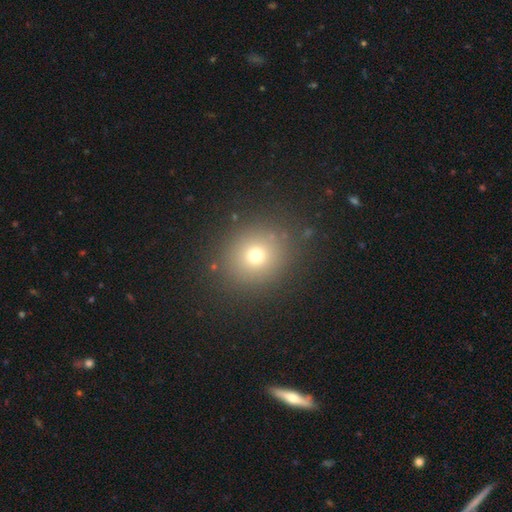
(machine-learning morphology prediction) smooth_or_featured: smooth (p=0.70) [alt: star or artifact p=0.19]
how_rounded: round (p=0.85) [alt: in between p=0.15]
merging: none (p=0.87) [alt: minor disturbance p=0.07]